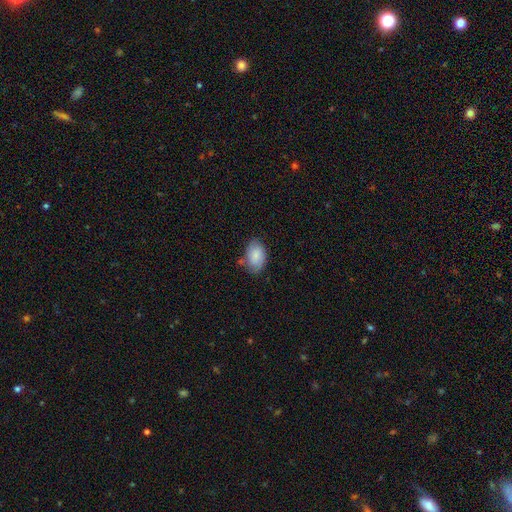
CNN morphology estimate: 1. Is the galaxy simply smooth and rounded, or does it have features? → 79% smooth, 14% featured or disk, 7% star or artifact.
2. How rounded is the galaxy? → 89% in between, 10% round, 1% cigar-shaped.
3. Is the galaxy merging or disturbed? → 65% none, 25% minor disturbance, 6% major disturbance, 5% merger.